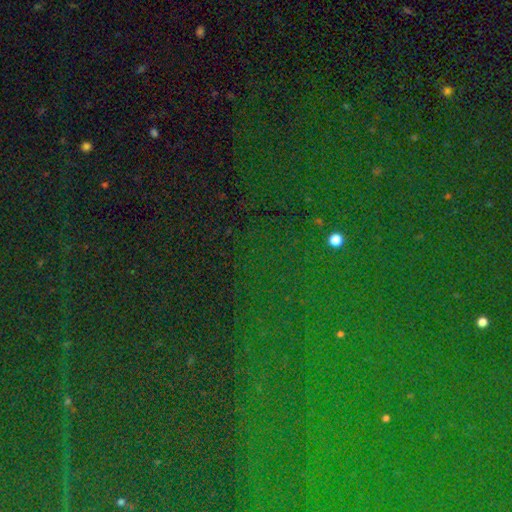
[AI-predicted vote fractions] Smooth or featured? Predicted: star or artifact (p=0.85).